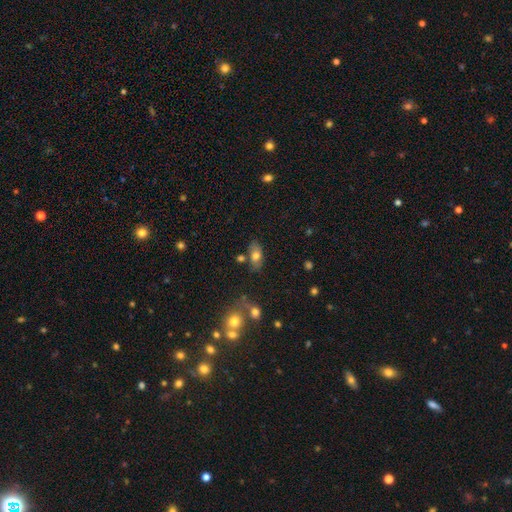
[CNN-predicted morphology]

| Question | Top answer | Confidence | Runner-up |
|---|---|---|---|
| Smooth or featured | smooth | 73% | featured or disk (18%) |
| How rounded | in between | 89% | cigar-shaped (6%) |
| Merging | none | 71% | minor disturbance (16%) |